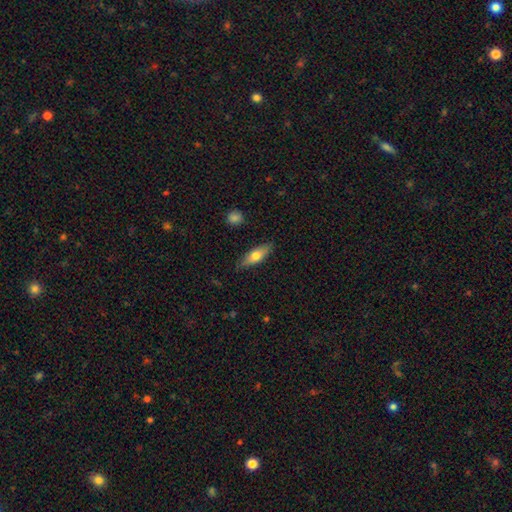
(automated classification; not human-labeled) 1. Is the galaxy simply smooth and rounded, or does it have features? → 64% smooth, 29% featured or disk, 6% star or artifact.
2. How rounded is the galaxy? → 54% in between, 43% cigar-shaped, 3% round.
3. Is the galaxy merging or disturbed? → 85% none, 11% minor disturbance, 2% major disturbance, 1% merger.